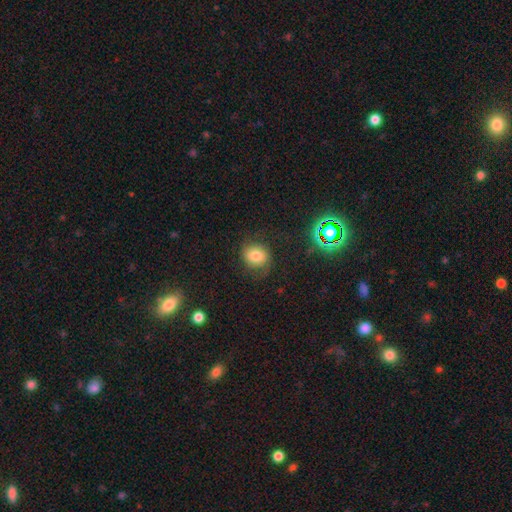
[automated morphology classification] Overall: smooth (65%). How rounded: round (73%). Merging: none (68%).